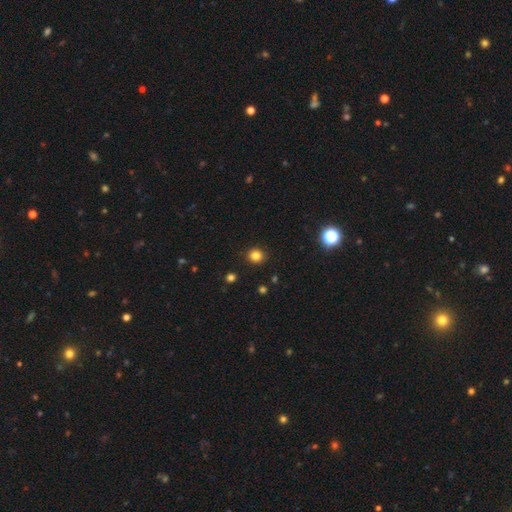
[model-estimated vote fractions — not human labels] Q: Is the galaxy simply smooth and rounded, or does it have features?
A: smooth — 82%.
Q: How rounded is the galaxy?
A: round — 89%.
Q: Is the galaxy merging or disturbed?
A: none — 92%.